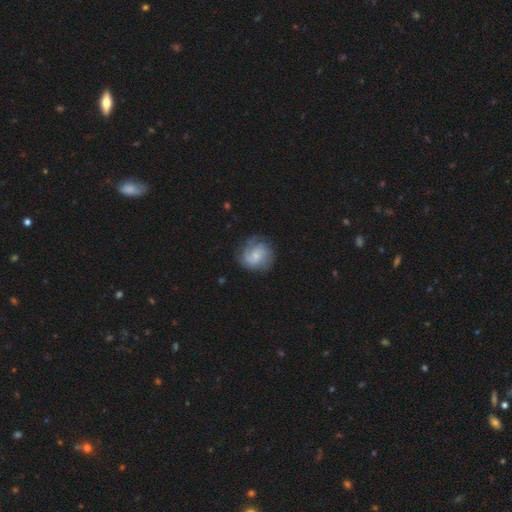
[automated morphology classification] Smooth or featured: featured or disk — 70% (smooth — 23%)
Edge-on disk: no — 98% (yes — 2%)
Bar: no — 66% (weak — 30%)
Spiral arms: yes — 94% (no — 6%)
Spiral winding: tight — 43% (medium — 40%)
Spiral arm count: 2 — 40% (can't tell — 21%)
Bulge size: small — 66% (moderate — 23%)
Merging: none — 72% (minor disturbance — 18%)